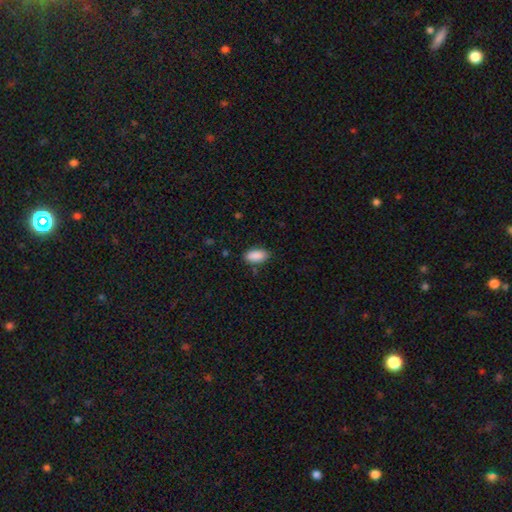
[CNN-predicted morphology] Smooth or featured?
  - smooth: 90% *
  - star or artifact: 7%
  - featured or disk: 3%
How rounded?
  - in between: 92% *
  - cigar-shaped: 5%
  - round: 3%
Merging?
  - none: 84% *
  - minor disturbance: 12%
  - major disturbance: 3%
  - merger: 2%